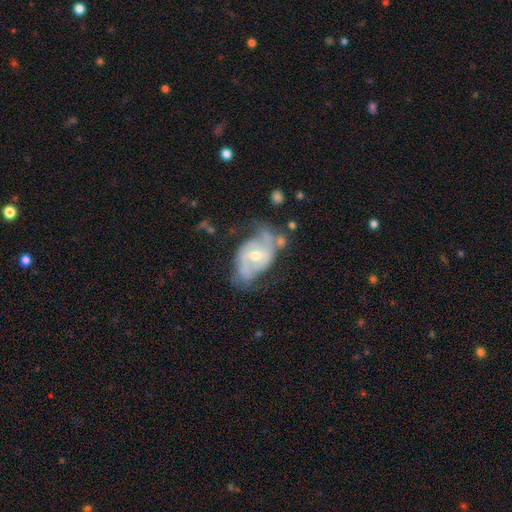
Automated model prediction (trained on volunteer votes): The model was most divided on "spiral winding": medium: 44%, tight: 34%, loose: 21%. Remaining: edge-on disk — no (96%); spiral arms — yes (86%); smooth or featured — featured or disk (81%); spiral arm count — 2 (66%); bulge size — moderate (57%); bar — weak (49%); merging — none (46%).